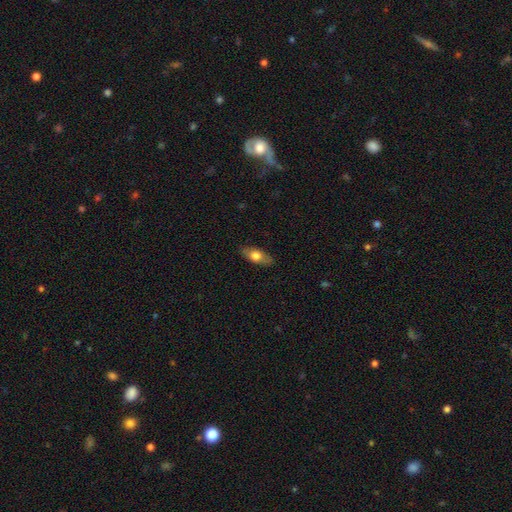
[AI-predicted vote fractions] The model was most divided on "smooth or featured": smooth: 67%, featured or disk: 26%, star or artifact: 7%. More confident: merging — none (85%); how rounded — in between (80%).